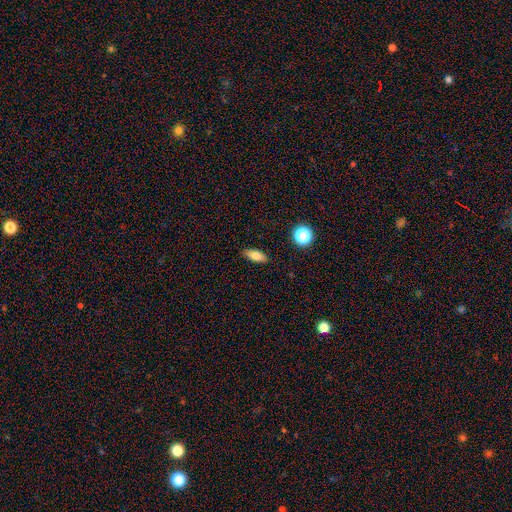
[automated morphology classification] type=smooth (79%); roundness=in between (77%); merging=none (88%).